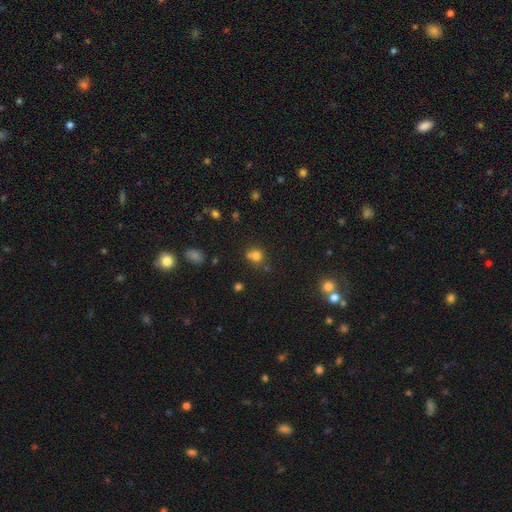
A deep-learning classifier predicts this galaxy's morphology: A smooth galaxy with no disk features (73%) that is round (80%).

Vote fractions:
- Smooth or featured? smooth: 73% / star or artifact: 17% / featured or disk: 10%
- How rounded? round: 80% / in between: 19% / cigar-shaped: 1%
- Merging? none: 49% / merger: 35% / minor disturbance: 11% / major disturbance: 4%